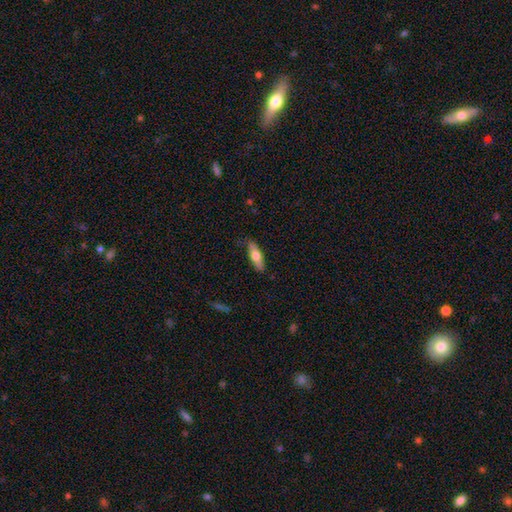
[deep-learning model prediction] Q: Smooth or featured?
A: smooth (64%); runner-up: featured or disk (30%)
Q: How rounded?
A: cigar-shaped (49%); tied with: in between (49%)
Q: Merging?
A: none (82%); runner-up: minor disturbance (14%)